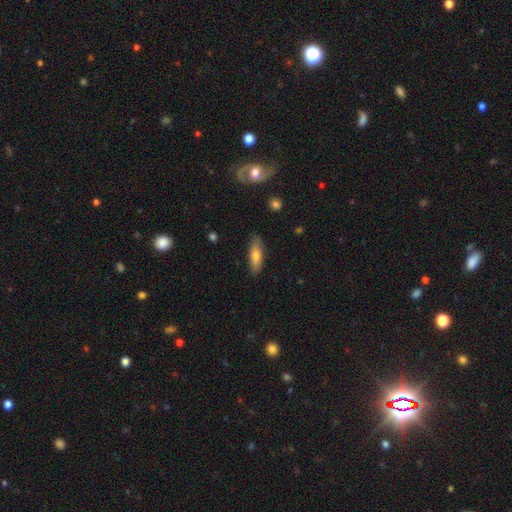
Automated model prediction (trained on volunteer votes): Smooth or featured: smooth — 71% (featured or disk — 23%)
How rounded: in between — 50% (cigar-shaped — 48%)
Merging: none — 85% (minor disturbance — 11%)